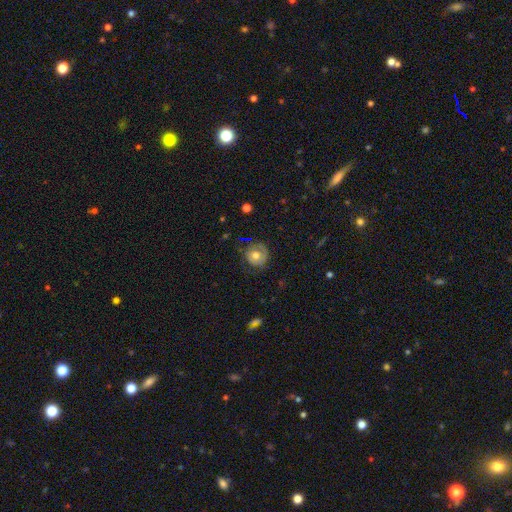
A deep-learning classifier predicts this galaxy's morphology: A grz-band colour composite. It shows a smooth galaxy with no disk features (50%). Merging: none (69%).